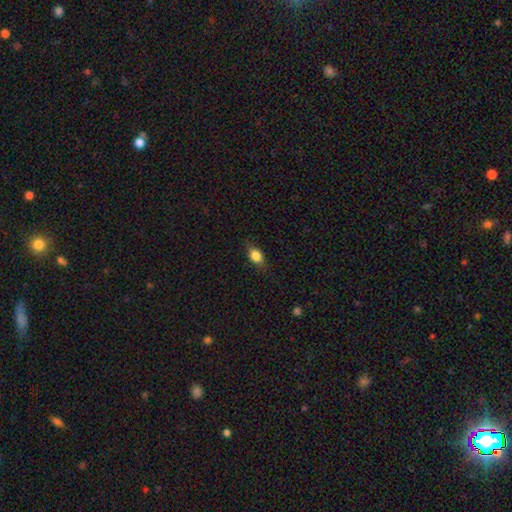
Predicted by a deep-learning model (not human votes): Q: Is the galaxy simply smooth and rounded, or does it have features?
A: smooth — 81%.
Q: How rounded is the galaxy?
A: in between — 73%.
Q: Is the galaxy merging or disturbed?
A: none — 78%.